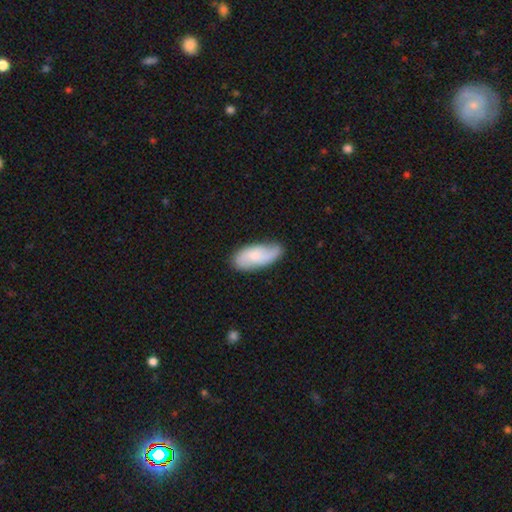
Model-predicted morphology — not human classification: smooth_or_featured: smooth (p=0.55) [alt: featured or disk p=0.38]
how_rounded: in between (p=0.87) [alt: cigar-shaped p=0.11]
merging: none (p=0.68) [alt: minor disturbance p=0.25]